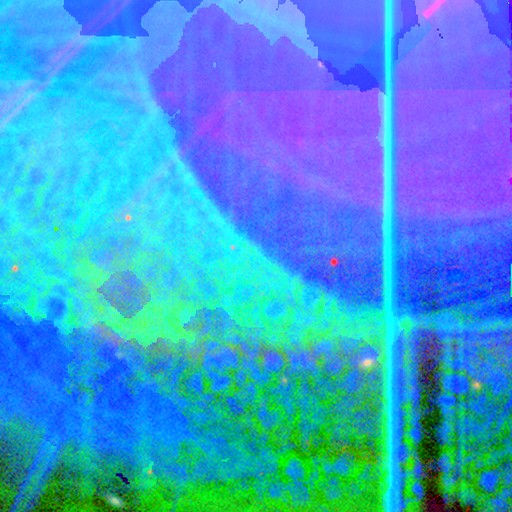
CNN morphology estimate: star or artifact 88%, featured or disk 7%, smooth 5%.